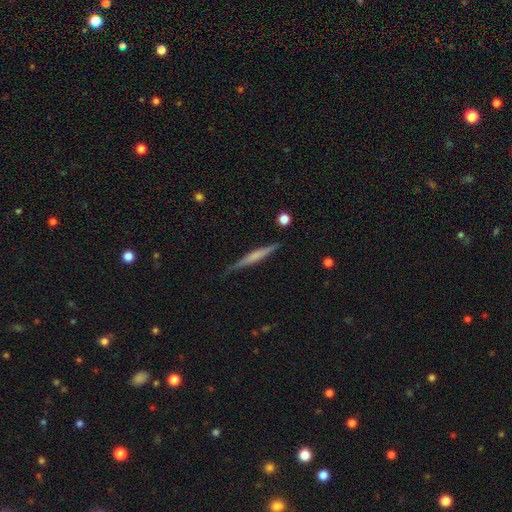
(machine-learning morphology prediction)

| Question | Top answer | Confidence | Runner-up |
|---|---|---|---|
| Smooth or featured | featured or disk | 57% | smooth (37%) |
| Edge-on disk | yes | 97% | no (3%) |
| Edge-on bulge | none | 46% | rounded (33%) |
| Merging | none | 84% | minor disturbance (12%) |